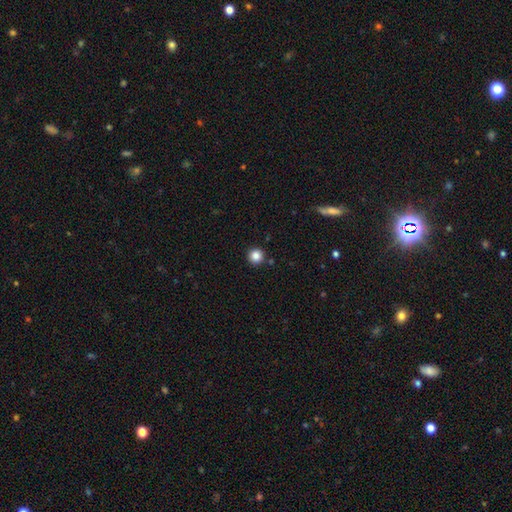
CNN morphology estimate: smooth_or_featured: smooth (p=0.85) [alt: star or artifact p=0.11]
how_rounded: round (p=0.96) [alt: in between p=0.03]
merging: none (p=0.91) [alt: minor disturbance p=0.05]